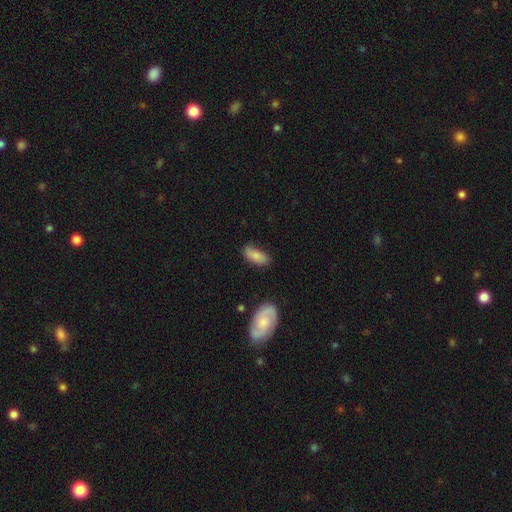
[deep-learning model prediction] This is likely a smooth galaxy (78%). How rounded: clearly in between (83%). Merging: likely none (66%).